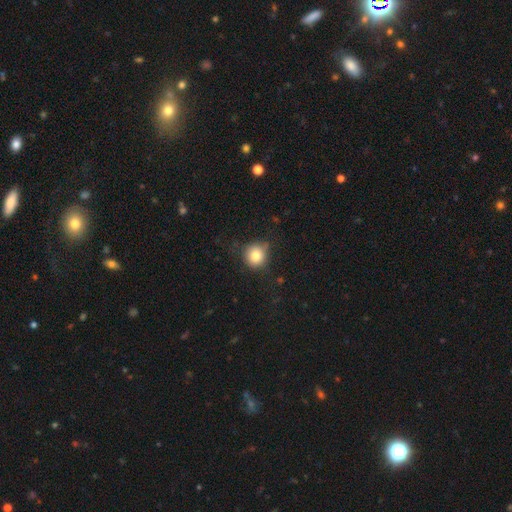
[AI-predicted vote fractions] Smooth or featured? smooth (80%)
How rounded? round (90%)
Merging? none (73%)